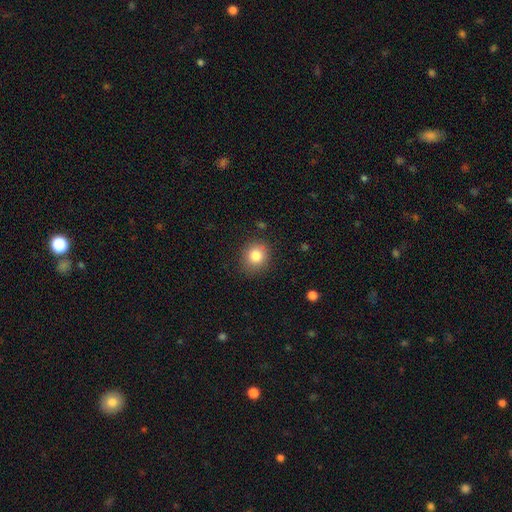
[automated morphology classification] type=smooth (83%); roundness=round (79%); merging=none (86%).